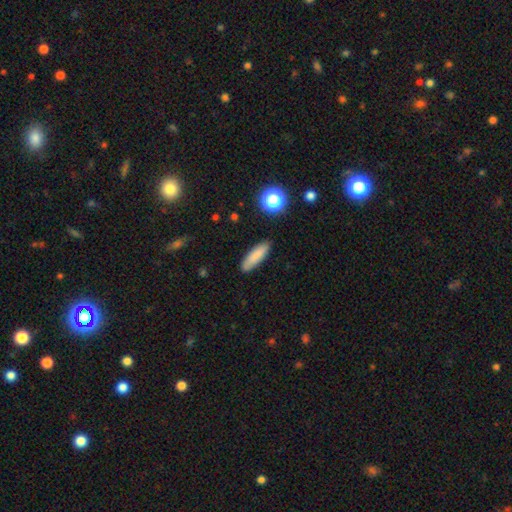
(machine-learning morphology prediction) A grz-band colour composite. It shows a smooth galaxy with no disk features (85%) that is cigar-shaped (61%). Merging: none (87%).